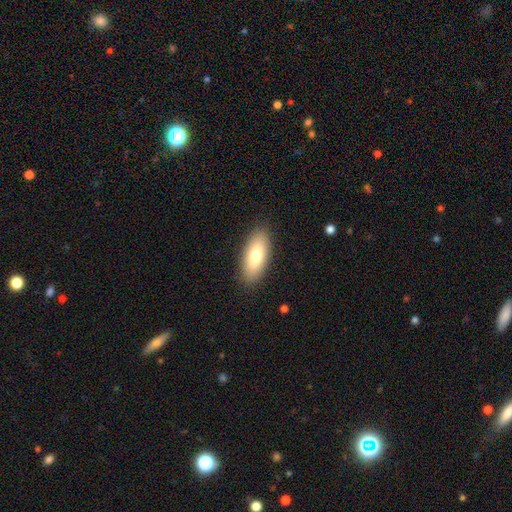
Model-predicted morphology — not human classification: Smooth or featured? smooth (76%)
How rounded? in between (79%)
Merging? none (89%)